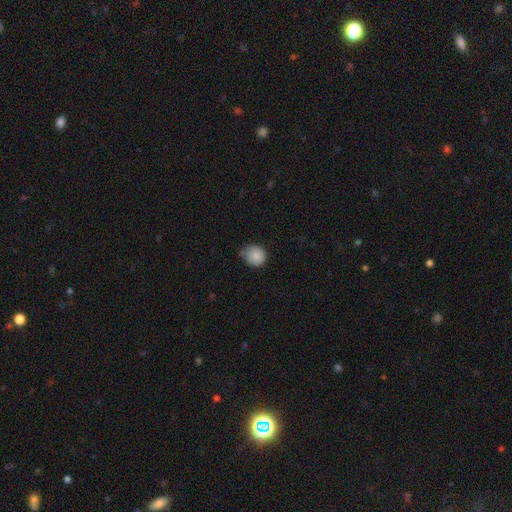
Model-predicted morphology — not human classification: The model was most divided on "merging": none: 65%, minor disturbance: 27%, major disturbance: 4%, merger: 4%. More confident: smooth or featured — smooth (87%); how rounded — round (85%).